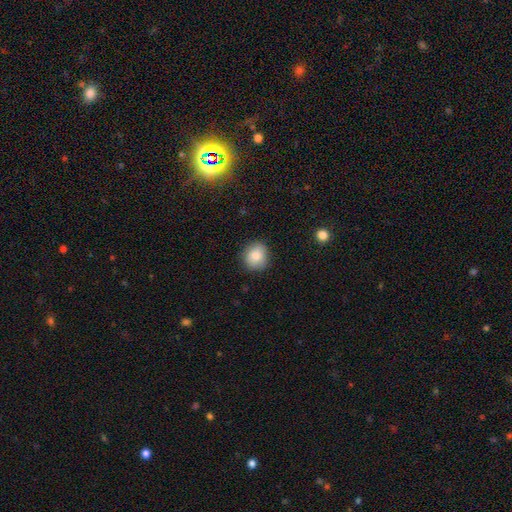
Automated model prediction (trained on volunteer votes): Smooth or featured? smooth (84%)
How rounded? round (80%)
Merging? none (85%)